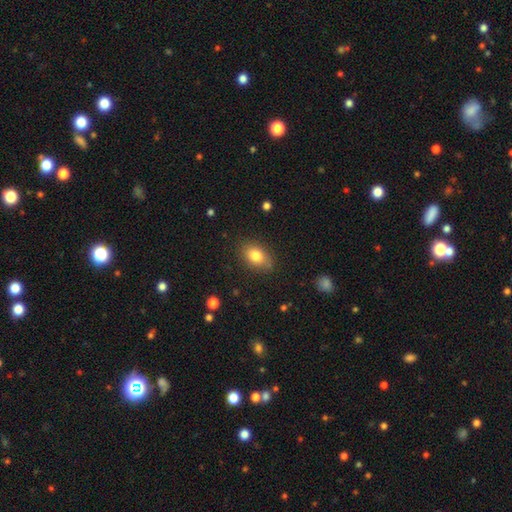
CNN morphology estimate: A smooth galaxy with no disk features (80%) that is in between round and cigar-shaped (80%).

Vote fractions:
- Smooth or featured? smooth: 80% / featured or disk: 11% / star or artifact: 9%
- How rounded? in between: 80% / round: 19% / cigar-shaped: 2%
- Merging? none: 81% / minor disturbance: 14% / major disturbance: 3% / merger: 2%